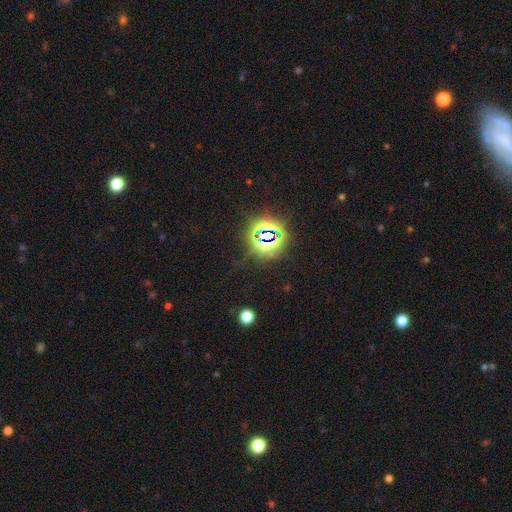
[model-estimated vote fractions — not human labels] smooth_or_featured: star or artifact (p=0.82) [alt: smooth p=0.11]